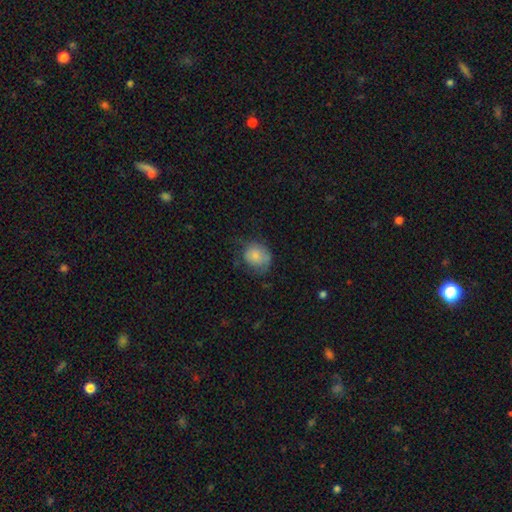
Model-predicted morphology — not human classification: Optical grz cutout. It shows a smooth galaxy with no disk features (76%) that is round (66%). Merging: none (49%).